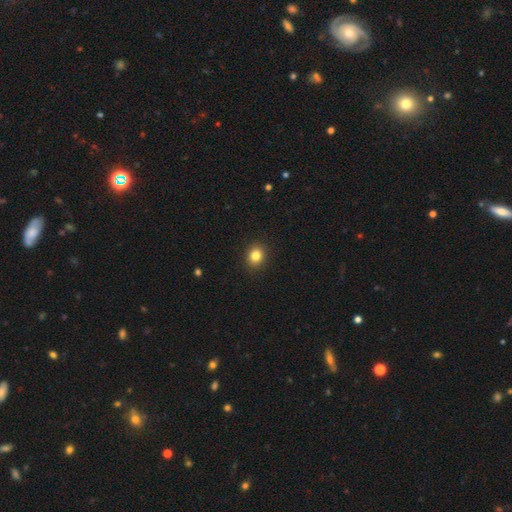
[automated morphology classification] type=smooth (83%); roundness=round (68%); merging=none (91%).